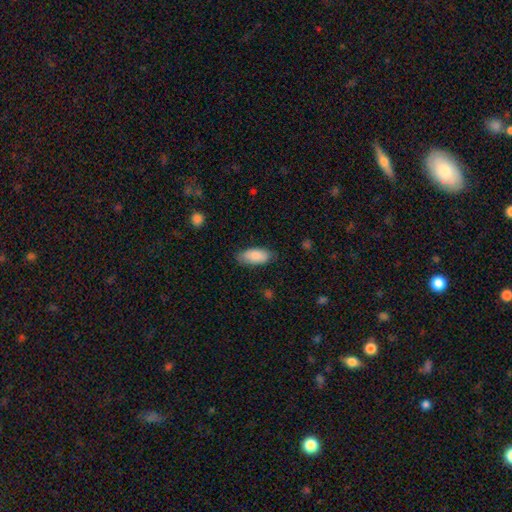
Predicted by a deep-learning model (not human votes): smooth-or-featured: smooth: 86% | featured or disk: 8% | star or artifact: 6%
  how-rounded: in between: 91% | cigar-shaped: 7% | round: 2%
  merging: none: 77% | minor disturbance: 18% | major disturbance: 4% | merger: 1%